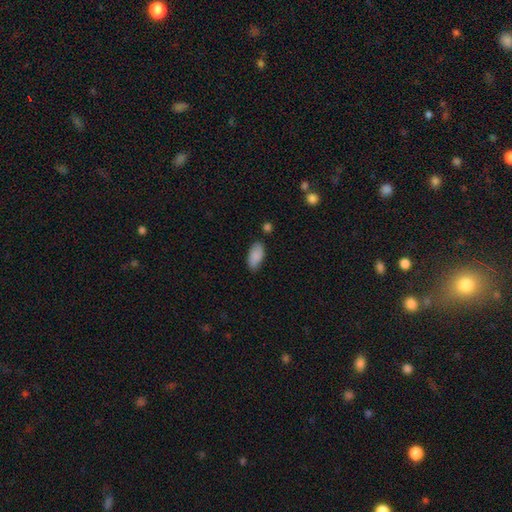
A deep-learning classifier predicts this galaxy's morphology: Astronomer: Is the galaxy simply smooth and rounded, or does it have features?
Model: smooth — 88%.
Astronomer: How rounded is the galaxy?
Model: in between — 92%.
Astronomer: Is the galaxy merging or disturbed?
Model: none — 77%.